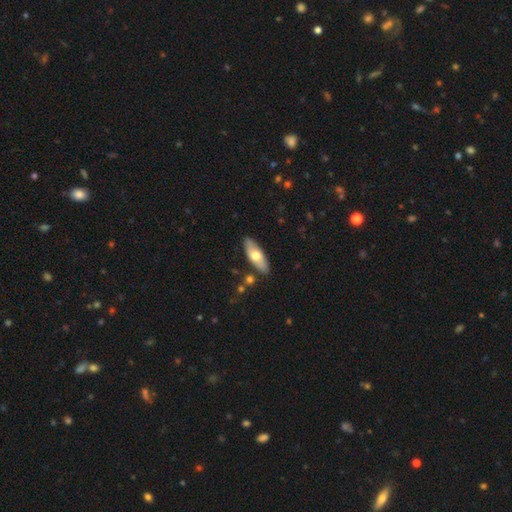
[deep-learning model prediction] This appears to be a smooth galaxy with no disk features (61%) that is in between round and cigar-shaped (70%). Merging: none (86%).